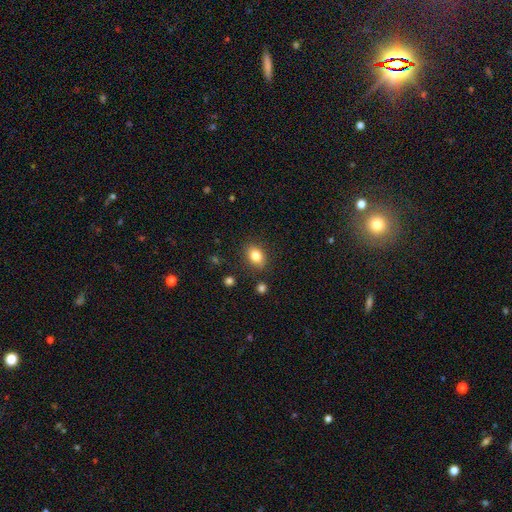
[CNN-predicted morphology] This is clearly a smooth galaxy (82%). How rounded: likely in between (75%). Merging: clearly none (85%).